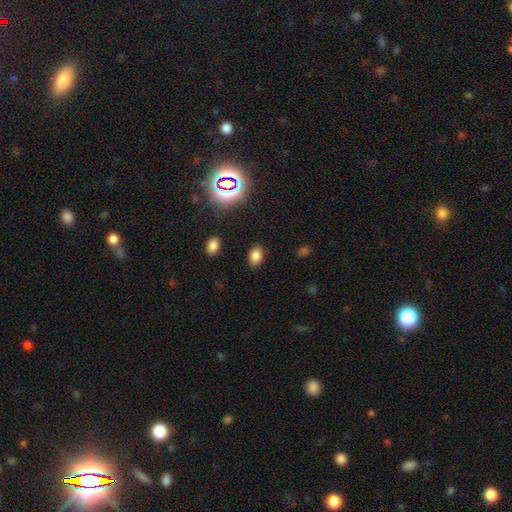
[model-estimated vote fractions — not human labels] smooth_or_featured: smooth (p=0.79) [alt: star or artifact p=0.14]
how_rounded: in between (p=0.85) [alt: round p=0.14]
merging: none (p=0.85) [alt: minor disturbance p=0.10]